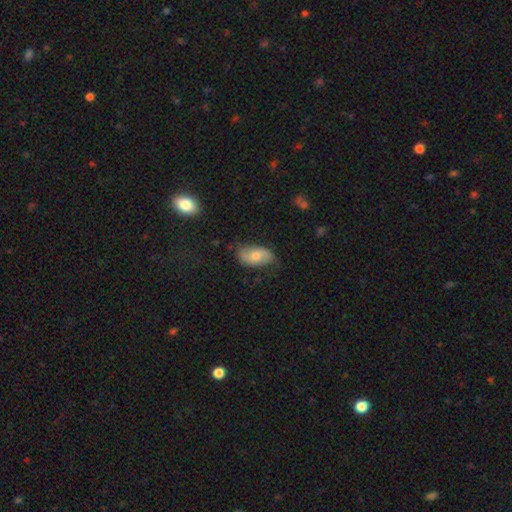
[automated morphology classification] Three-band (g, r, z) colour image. It shows a smooth galaxy with no disk features (57%) that is in between round and cigar-shaped (93%). Merging: none (70%).